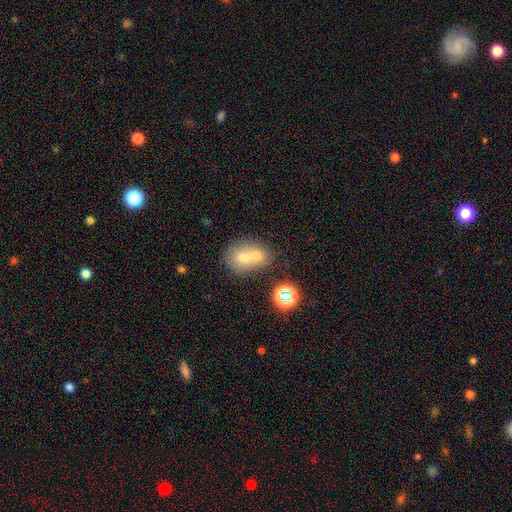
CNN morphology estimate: type=smooth (63%); roundness=round (60%); merging=merger (65%).